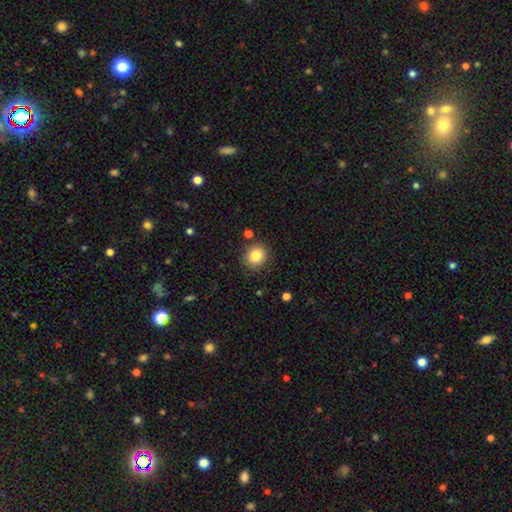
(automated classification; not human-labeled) The model was most divided on "how rounded": round: 78%, in between: 21%, cigar-shaped: 1%. More confident: merging — none (86%); smooth or featured — smooth (84%).